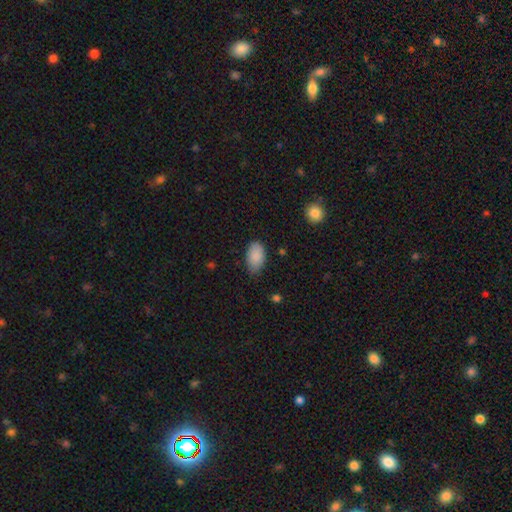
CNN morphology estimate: This appears to be a smooth galaxy with no disk features (89%) that is in between round and cigar-shaped (94%). Merging: none (69%).